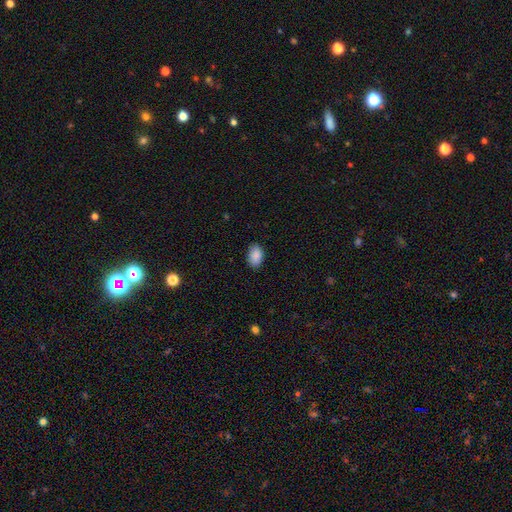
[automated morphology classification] smooth 89%, star or artifact 7%, featured or disk 4%. Down the decision tree: how rounded — in between (89%); merging — none (86%).